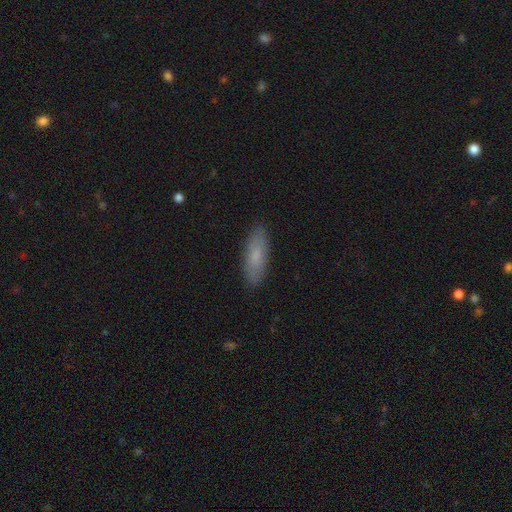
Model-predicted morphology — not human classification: This appears to be a smooth galaxy with no disk features (79%) that is in between round and cigar-shaped (54%). Merging: none (88%).